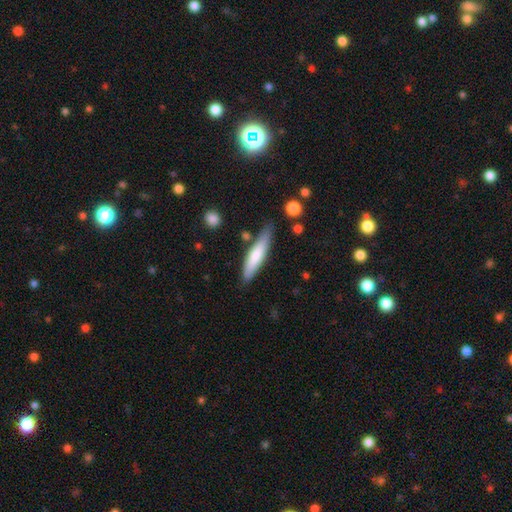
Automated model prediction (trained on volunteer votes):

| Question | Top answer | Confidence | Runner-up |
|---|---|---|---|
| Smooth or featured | smooth | 69% | featured or disk (25%) |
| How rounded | cigar-shaped | 80% | in between (19%) |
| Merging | none | 75% | minor disturbance (17%) |